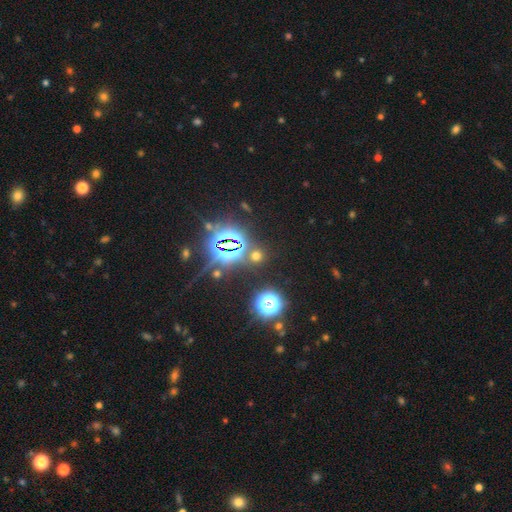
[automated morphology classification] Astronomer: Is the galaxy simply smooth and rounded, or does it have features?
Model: star or artifact — 52% (runner-up: smooth, 41%).